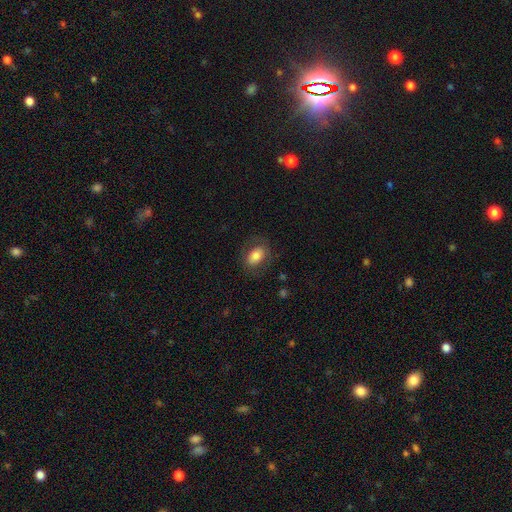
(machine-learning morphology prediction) smooth-or-featured: smooth: 74% | featured or disk: 18% | star or artifact: 8%
  how-rounded: in between: 79% | round: 20% | cigar-shaped: 1%
  merging: none: 76% | minor disturbance: 14% | major disturbance: 9% | merger: 1%